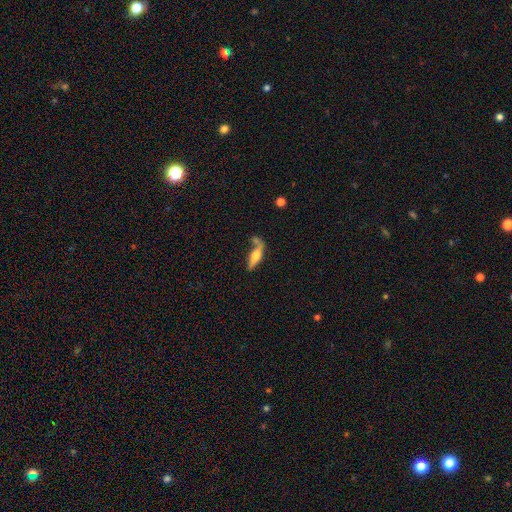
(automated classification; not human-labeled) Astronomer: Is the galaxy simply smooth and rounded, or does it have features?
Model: featured or disk — 47% (runner-up: smooth, 46%).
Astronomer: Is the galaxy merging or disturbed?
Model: none — 48%.